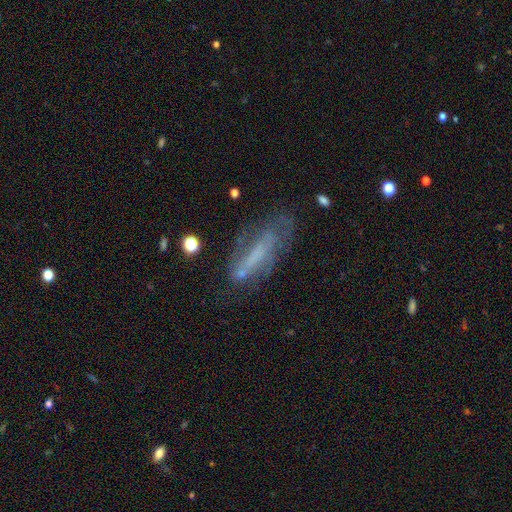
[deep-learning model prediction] Smooth or featured? featured or disk (54%)
Edge-on disk? no (74%)
Merging? none (50%)